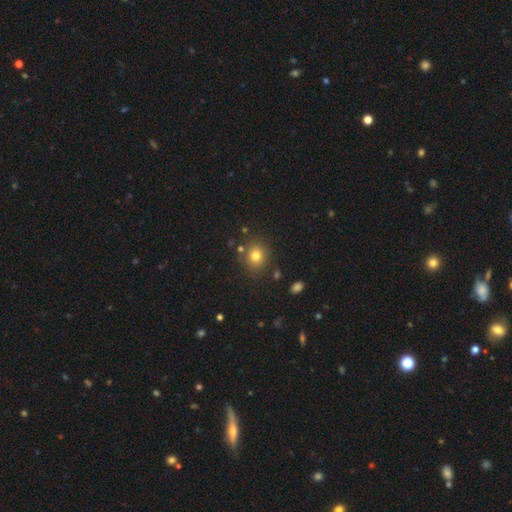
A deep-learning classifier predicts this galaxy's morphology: type=smooth (78%); roundness=round (79%); merging=none (83%).